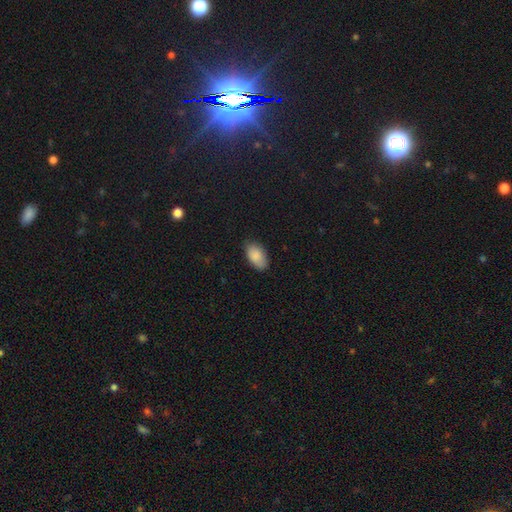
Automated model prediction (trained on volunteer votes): Q: Smooth or featured?
A: smooth (88%); runner-up: star or artifact (7%)
Q: How rounded?
A: in between (94%); runner-up: round (4%)
Q: Merging?
A: none (80%); runner-up: minor disturbance (16%)